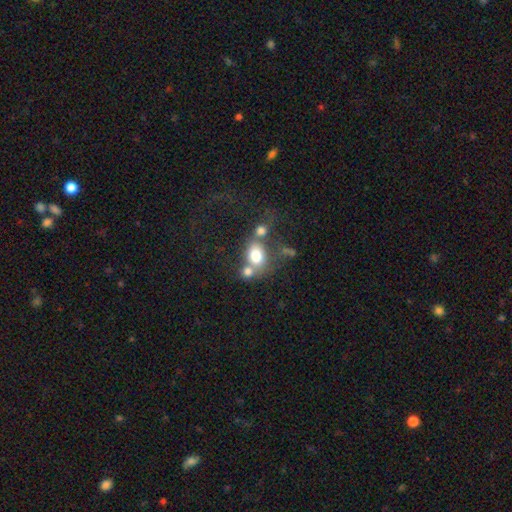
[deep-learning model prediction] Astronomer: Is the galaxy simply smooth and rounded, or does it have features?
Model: smooth — 74%.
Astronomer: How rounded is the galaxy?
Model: in between — 53% (runner-up: round, 46%).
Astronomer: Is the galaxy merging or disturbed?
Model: merger — 47% (runner-up: none, 34%).